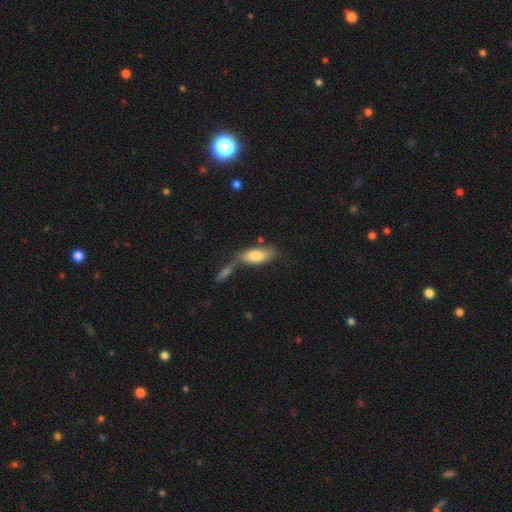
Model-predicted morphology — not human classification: A smooth galaxy with no disk features (78%) that is in between round and cigar-shaped (85%).

Vote fractions:
- Smooth or featured? smooth: 78% / featured or disk: 16% / star or artifact: 6%
- How rounded? in between: 85% / cigar-shaped: 12% / round: 2%
- Merging? none: 43% / merger: 36% / minor disturbance: 15% / major disturbance: 7%